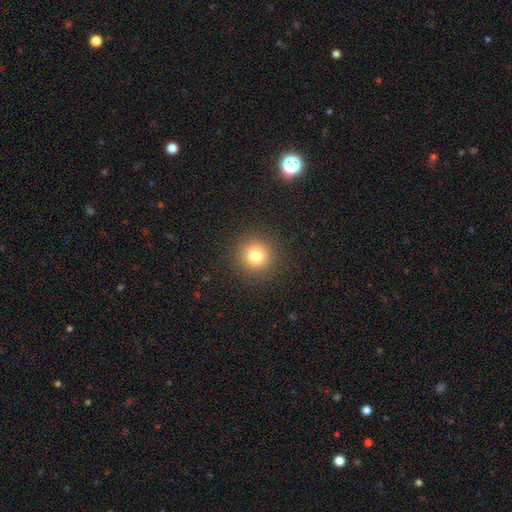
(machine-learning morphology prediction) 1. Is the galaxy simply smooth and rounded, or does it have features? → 79% smooth, 14% star or artifact, 8% featured or disk.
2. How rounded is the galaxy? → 95% round, 4% in between, 1% cigar-shaped.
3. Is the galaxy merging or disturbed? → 91% none, 5% minor disturbance, 2% major disturbance, 1% merger.